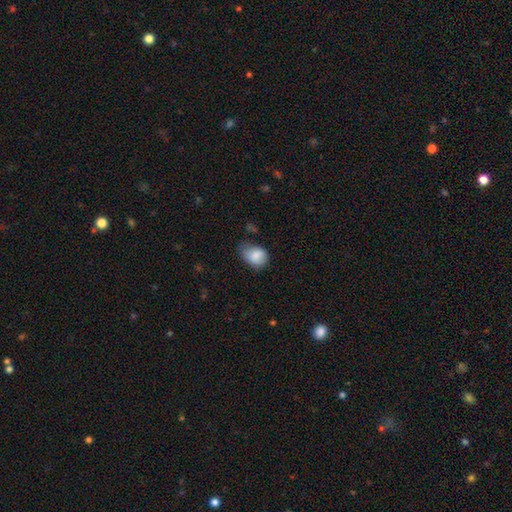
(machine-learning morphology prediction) This is clearly a smooth galaxy (83%). How rounded: likely in between (66%). Merging: possibly none (46%).